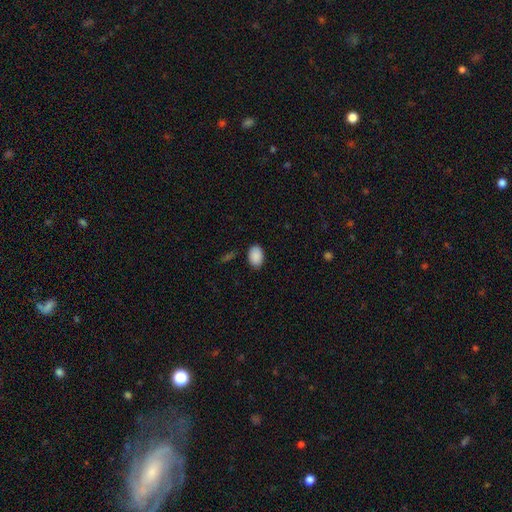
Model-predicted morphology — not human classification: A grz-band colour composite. It shows a smooth galaxy with no disk features (90%) that is in between round and cigar-shaped (86%). Merging: none (86%).